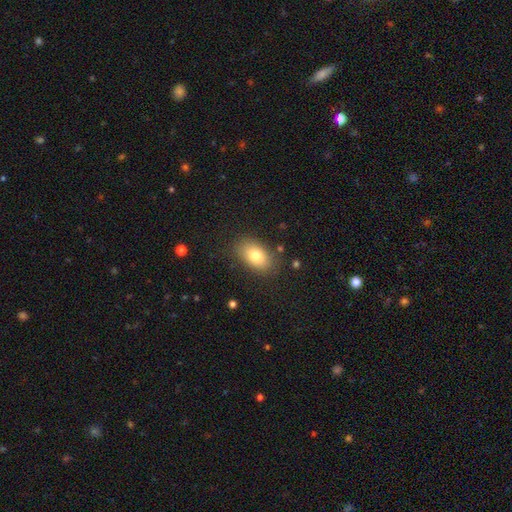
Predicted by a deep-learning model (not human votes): smooth-or-featured: smooth: 79% | featured or disk: 12% | star or artifact: 8%
  how-rounded: in between: 88% | round: 10% | cigar-shaped: 2%
  merging: none: 82% | minor disturbance: 12% | major disturbance: 4% | merger: 2%